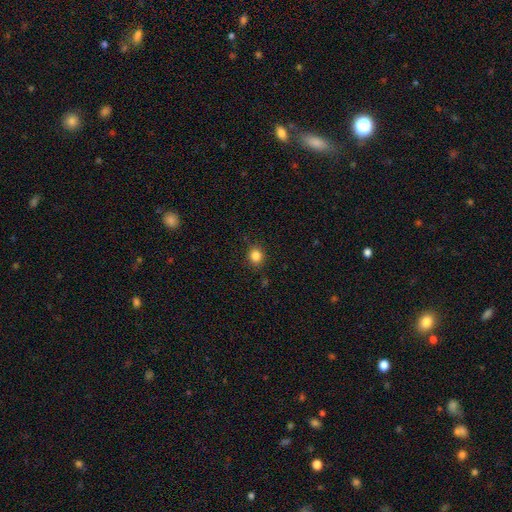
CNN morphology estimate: A smooth galaxy with no disk features (84%) that is round (83%). Merging: none (87%).